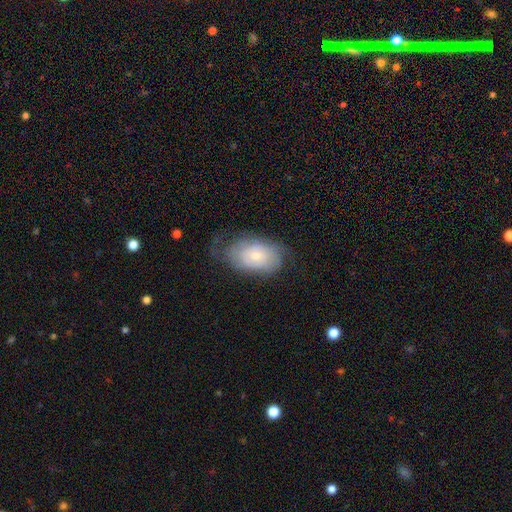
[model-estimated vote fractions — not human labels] Smooth or featured?
  - featured or disk: 47% *
  - smooth: 46%
  - star or artifact: 7%
Merging?
  - none: 50% *
  - minor disturbance: 31%
  - major disturbance: 18%
  - merger: 1%